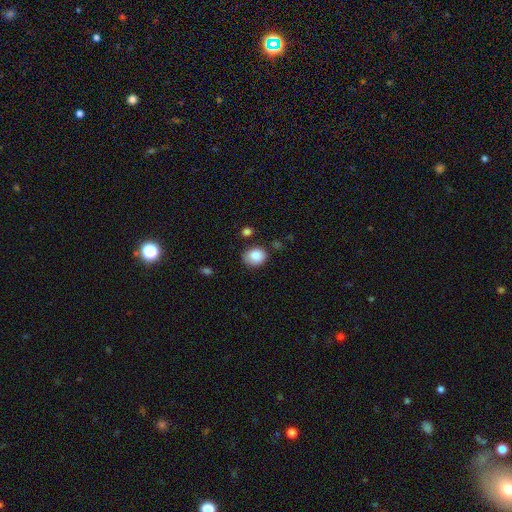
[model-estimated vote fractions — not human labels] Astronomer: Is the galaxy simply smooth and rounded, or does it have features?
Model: smooth — 87%.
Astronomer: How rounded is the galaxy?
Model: round — 60% (runner-up: in between, 40%).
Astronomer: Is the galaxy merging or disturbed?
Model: none — 71%.